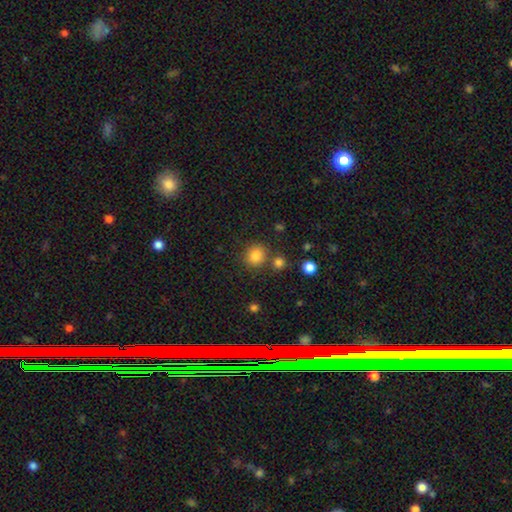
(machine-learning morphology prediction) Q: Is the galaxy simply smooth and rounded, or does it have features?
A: smooth — 83%.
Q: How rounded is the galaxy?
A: round — 85%.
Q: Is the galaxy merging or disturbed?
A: none — 77%.